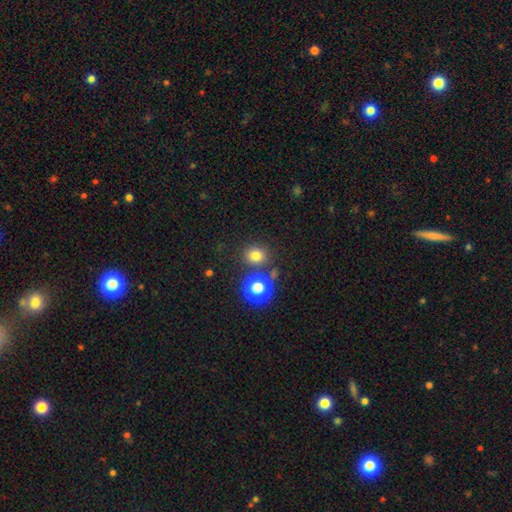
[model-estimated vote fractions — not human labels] smooth 74%, star or artifact 19%, featured or disk 7%. Down the decision tree: how rounded — round (81%); merging — none (78%).